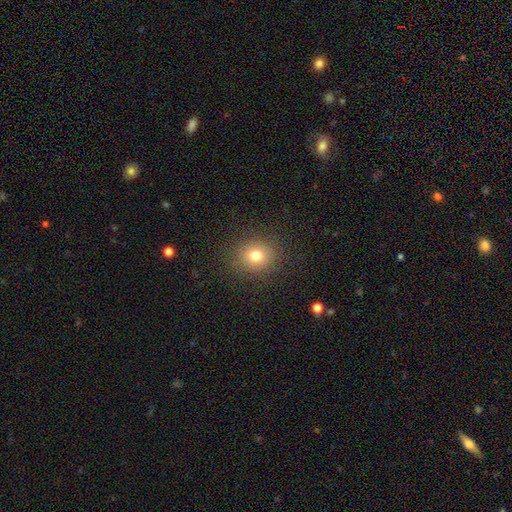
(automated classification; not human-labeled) Morphology: type=smooth (78%); roundness=round (82%); merging=none (88%).